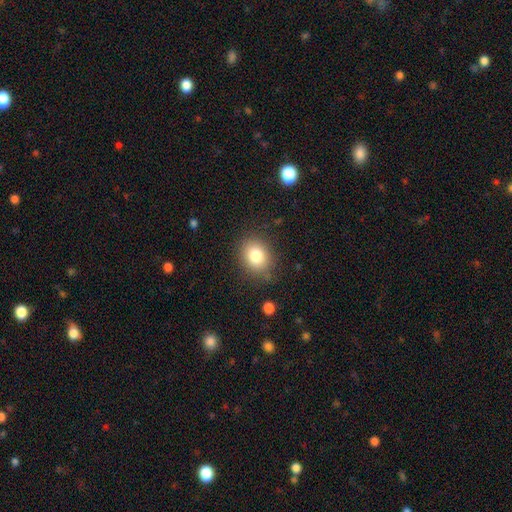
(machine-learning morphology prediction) This appears to be a smooth galaxy with no disk features (80%) that is round (64%). Merging: none (84%).